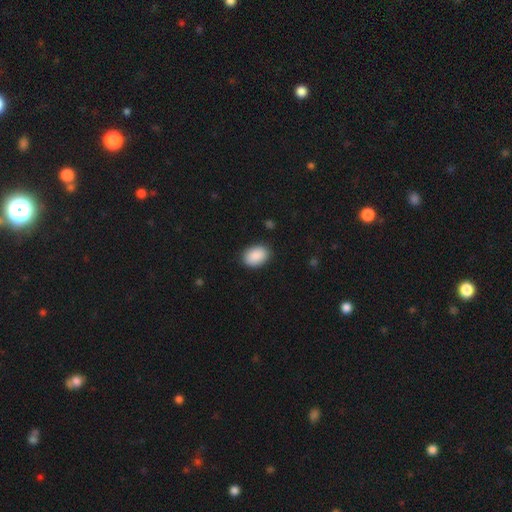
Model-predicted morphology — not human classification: smooth-or-featured: smooth: 90% | star or artifact: 7% | featured or disk: 3%
  how-rounded: in between: 85% | round: 14% | cigar-shaped: 1%
  merging: none: 87% | minor disturbance: 10% | major disturbance: 2% | merger: 1%